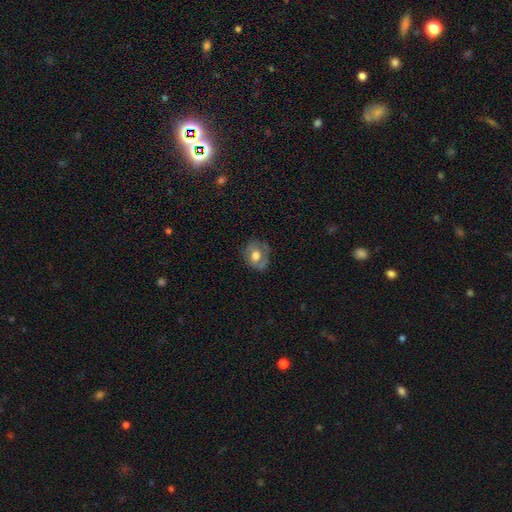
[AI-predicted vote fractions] Q: Smooth or featured?
A: smooth (59%); runner-up: featured or disk (33%)
Q: How rounded?
A: round (61%); runner-up: in between (38%)
Q: Merging?
A: none (68%); runner-up: minor disturbance (22%)